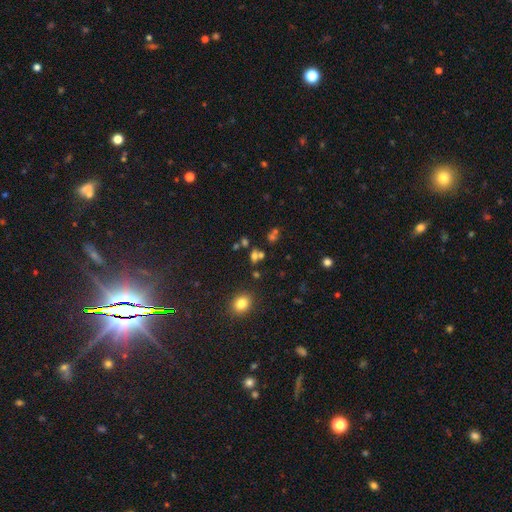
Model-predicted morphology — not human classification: Smooth or featured: smooth — 58% (star or artifact — 27%)
How rounded: round — 51% (in between — 46%)
Merging: none — 53% (merger — 32%)